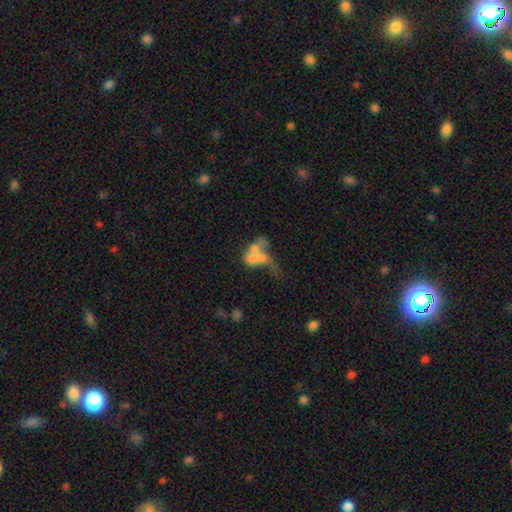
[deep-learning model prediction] Q: Smooth or featured?
A: smooth (43%); tied with: featured or disk (43%)
Q: Merging?
A: merger (55%); runner-up: major disturbance (24%)